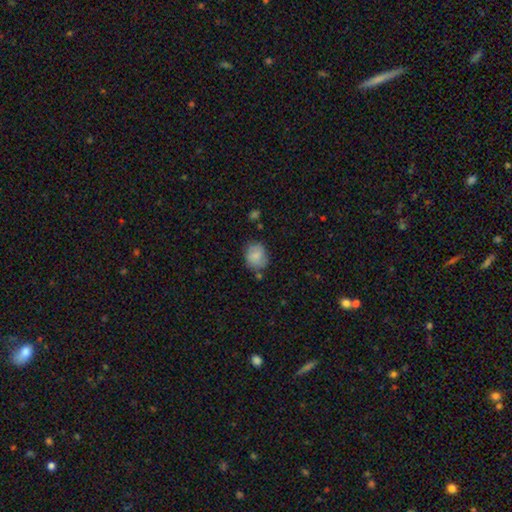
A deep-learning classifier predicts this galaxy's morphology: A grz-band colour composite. It shows a smooth galaxy with no disk features (81%) that is round (65%). Merging: none (69%).